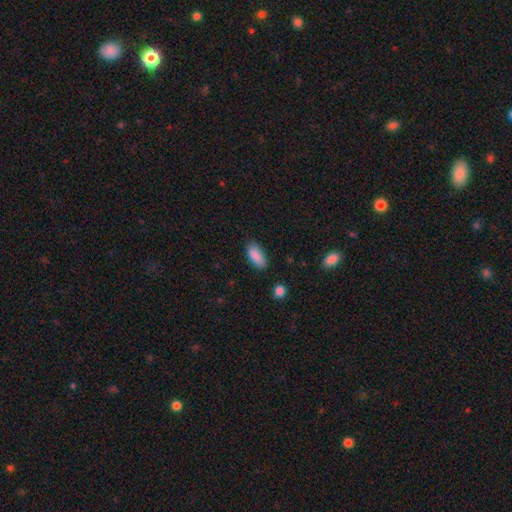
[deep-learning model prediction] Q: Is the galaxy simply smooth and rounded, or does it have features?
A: smooth — 88%.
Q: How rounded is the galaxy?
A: in between — 83%.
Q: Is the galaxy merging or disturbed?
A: none — 77%.